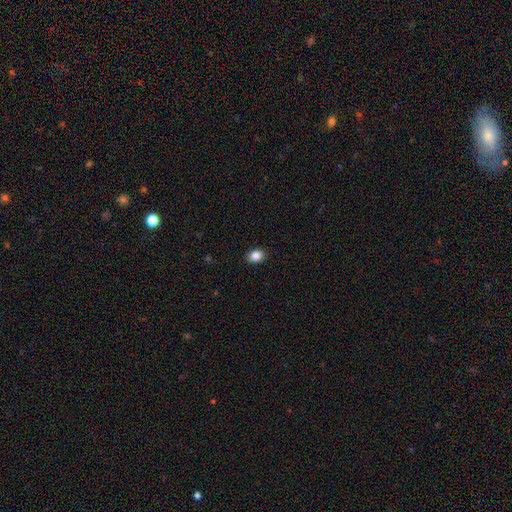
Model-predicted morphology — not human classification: Q: Smooth or featured?
A: smooth (86%); runner-up: star or artifact (9%)
Q: How rounded?
A: in between (68%); runner-up: round (31%)
Q: Merging?
A: none (90%); runner-up: minor disturbance (7%)